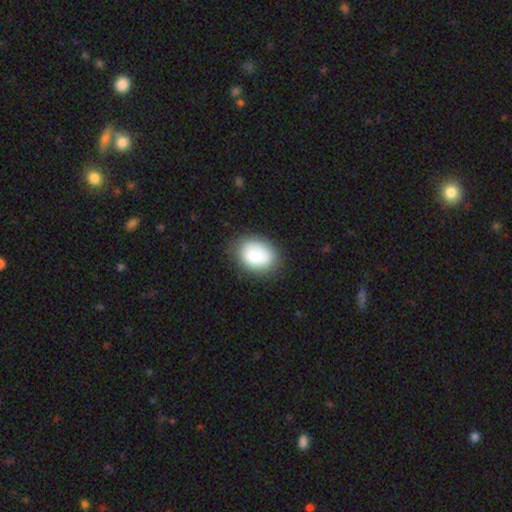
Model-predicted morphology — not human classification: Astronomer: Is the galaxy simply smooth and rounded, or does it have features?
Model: smooth — 78%.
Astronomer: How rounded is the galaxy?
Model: in between — 73%.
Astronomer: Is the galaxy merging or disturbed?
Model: none — 75%.